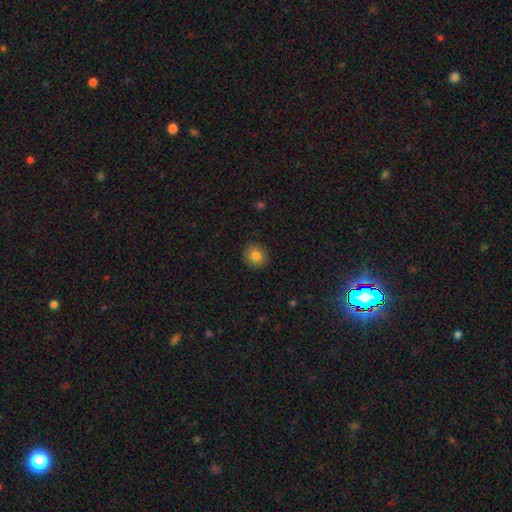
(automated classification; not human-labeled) This appears to be a smooth galaxy with no disk features (83%) that is round (86%). Merging: none (90%).